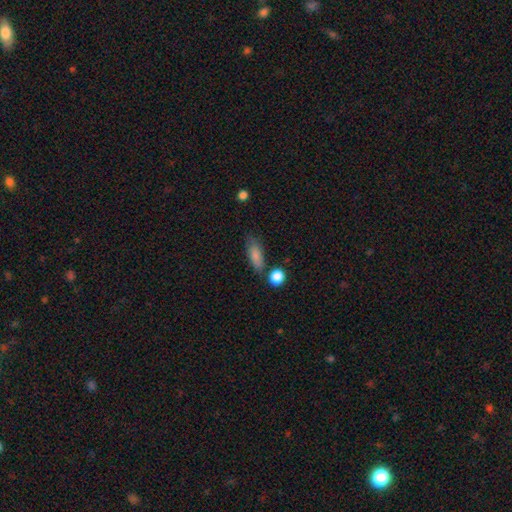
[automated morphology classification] This is clearly a smooth galaxy (83%). How rounded: likely in between (73%). Merging: likely none (66%).